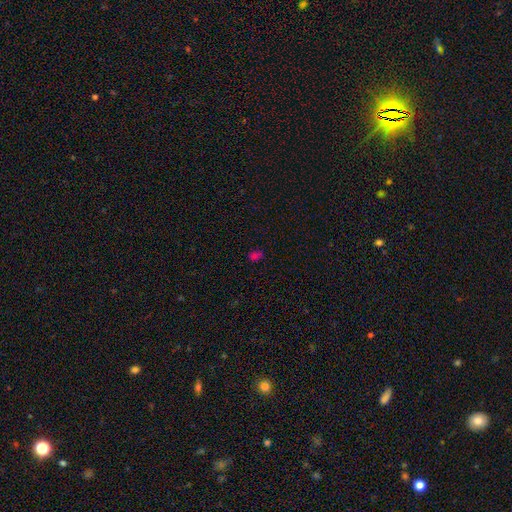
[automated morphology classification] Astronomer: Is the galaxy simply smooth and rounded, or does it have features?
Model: smooth — 63%.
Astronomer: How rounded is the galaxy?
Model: in between — 72%.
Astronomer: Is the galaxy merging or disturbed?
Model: none — 75%.